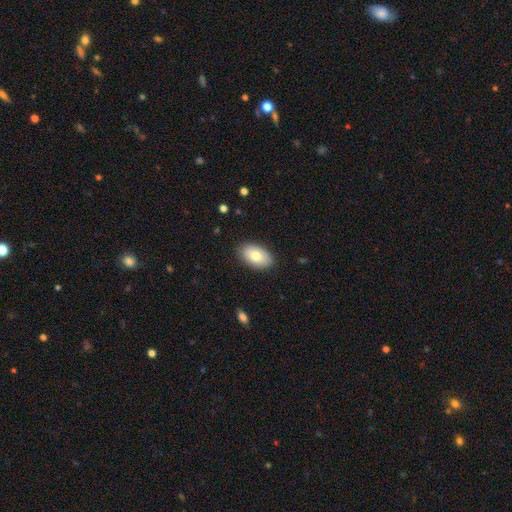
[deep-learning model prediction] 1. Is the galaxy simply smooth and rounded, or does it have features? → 79% smooth, 15% featured or disk, 7% star or artifact.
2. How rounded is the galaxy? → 93% in between, 5% round, 1% cigar-shaped.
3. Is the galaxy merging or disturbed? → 87% none, 10% minor disturbance, 2% major disturbance, 1% merger.